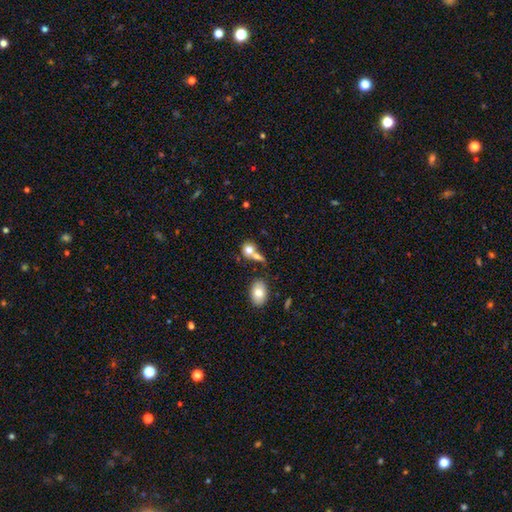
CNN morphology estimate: Overall: smooth (76%). How rounded: round (63%; in between 34%). Merging: merger (45%; none 40%).